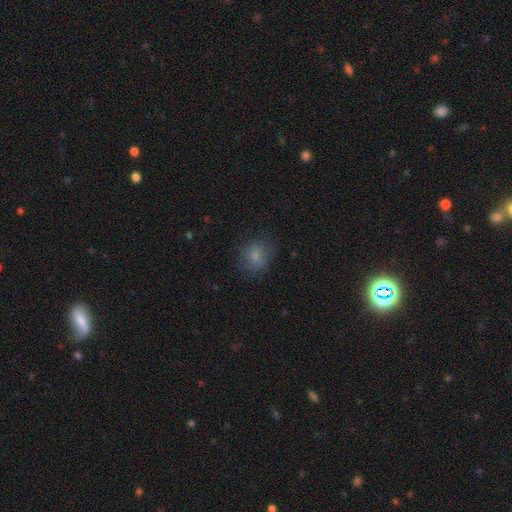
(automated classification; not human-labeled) Q: Smooth or featured?
A: smooth (78%); runner-up: star or artifact (11%)
Q: How rounded?
A: round (64%); runner-up: in between (34%)
Q: Merging?
A: none (75%); runner-up: minor disturbance (17%)